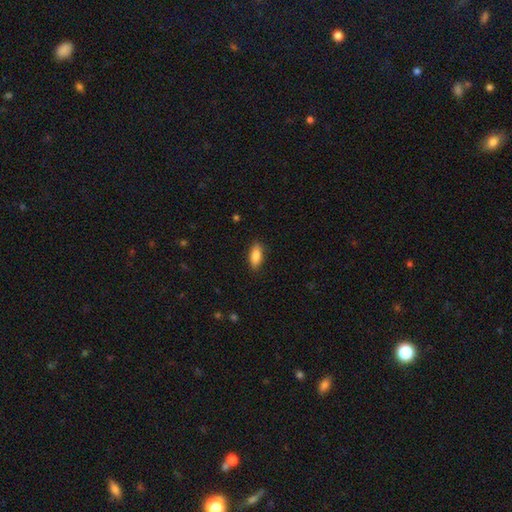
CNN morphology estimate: This is clearly a smooth galaxy (87%). How rounded: clearly in between (80%). Merging: clearly none (86%).